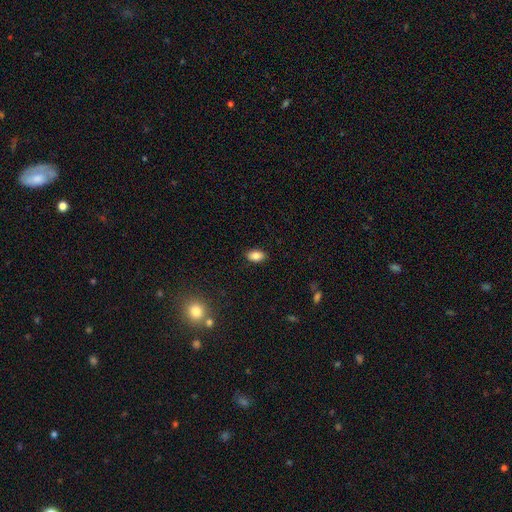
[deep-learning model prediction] A smooth galaxy with no disk features (85%) that is in between round and cigar-shaped (90%). Merging: none (87%).